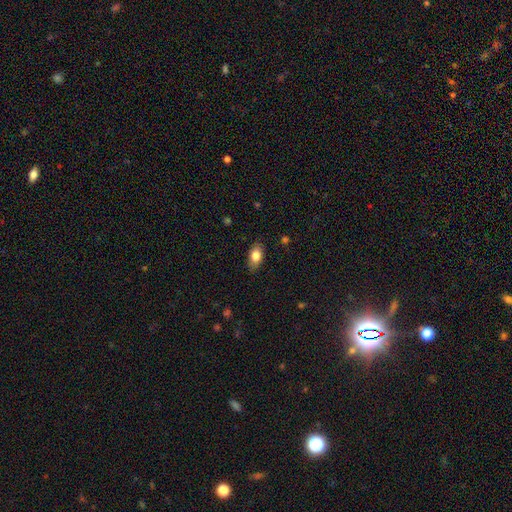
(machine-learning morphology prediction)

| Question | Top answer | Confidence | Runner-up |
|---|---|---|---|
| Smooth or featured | smooth | 81% | featured or disk (12%) |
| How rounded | in between | 89% | round (7%) |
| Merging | none | 84% | minor disturbance (12%) |